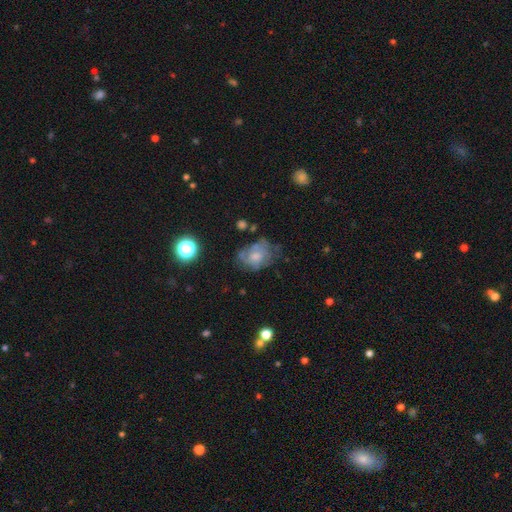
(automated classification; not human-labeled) This appears to be a smooth galaxy with no disk features (46%). Merging: none (44%).